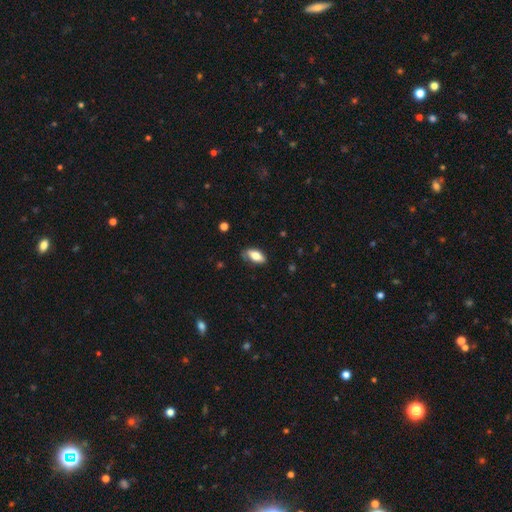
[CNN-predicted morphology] smooth 77%, featured or disk 17%, star or artifact 7%. Down the decision tree: how rounded — in between (87%); merging — none (76%).